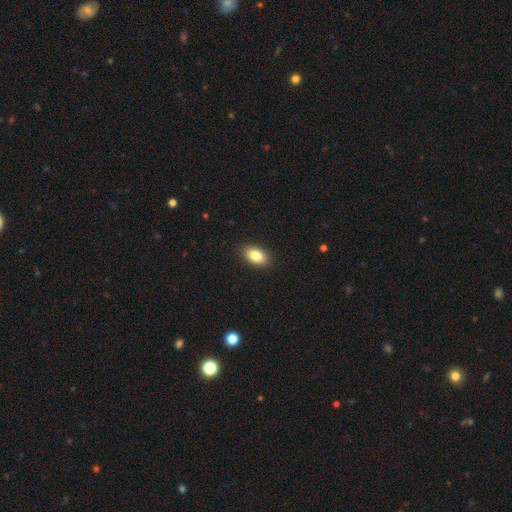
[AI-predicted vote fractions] smooth 85%, star or artifact 8%, featured or disk 7%. Down the decision tree: how rounded — in between (90%); merging — none (90%).